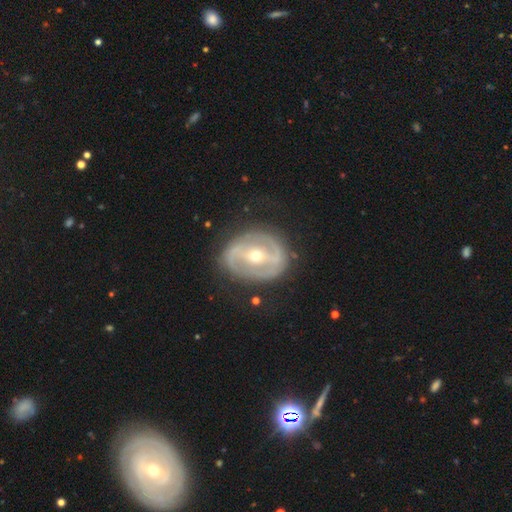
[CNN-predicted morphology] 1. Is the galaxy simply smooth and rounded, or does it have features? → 81% featured or disk, 14% smooth, 5% star or artifact.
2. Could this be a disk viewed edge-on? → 95% no, 5% yes.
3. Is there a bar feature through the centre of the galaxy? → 46% strong, 32% weak, 22% no.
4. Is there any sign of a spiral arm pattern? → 64% yes, 36% no.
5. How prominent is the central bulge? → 51% small, 46% moderate, 1% large, 1% dominant, 1% none.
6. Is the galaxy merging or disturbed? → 76% none, 15% minor disturbance, 7% major disturbance, 1% merger.